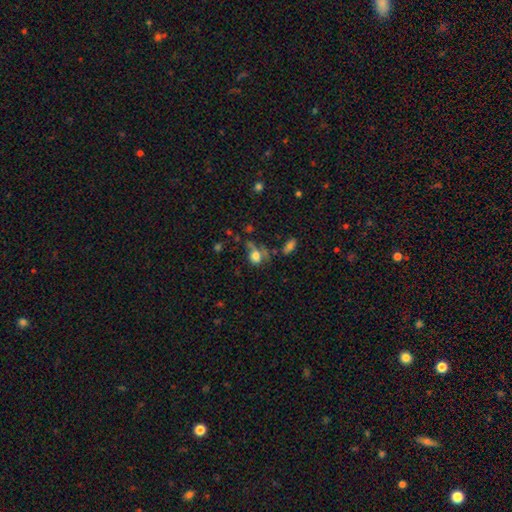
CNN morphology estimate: Smooth or featured? smooth (68%)
How rounded? in between (53%)
Merging? none (34%)